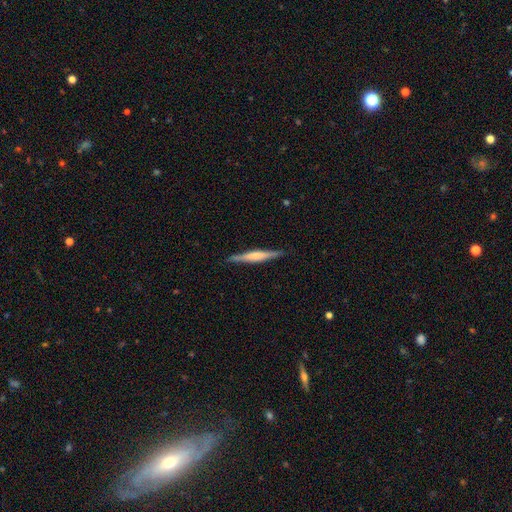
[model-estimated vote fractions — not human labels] Smooth or featured? featured or disk (57%)
Edge-on disk? yes (97%)
Edge-on bulge? rounded (43%)
Merging? none (89%)